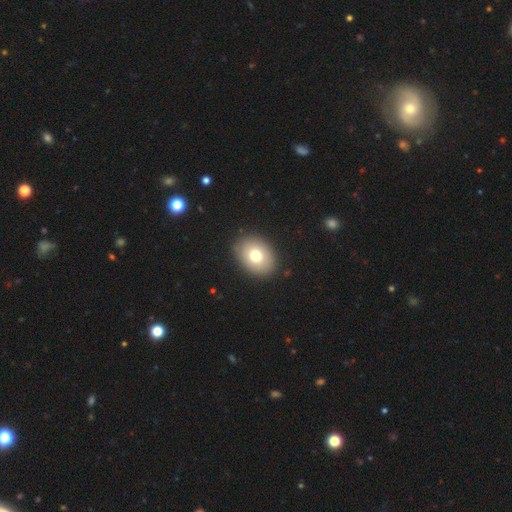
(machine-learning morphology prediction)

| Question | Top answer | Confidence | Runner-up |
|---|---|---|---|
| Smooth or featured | smooth | 75% | featured or disk (16%) |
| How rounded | in between | 69% | round (30%) |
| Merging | none | 89% | minor disturbance (8%) |